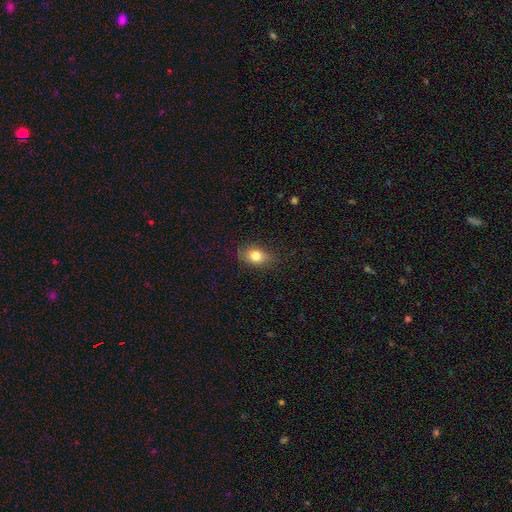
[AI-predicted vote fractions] This appears to be a smooth galaxy with no disk features (79%) that is in between round and cigar-shaped (77%). Merging: none (82%).